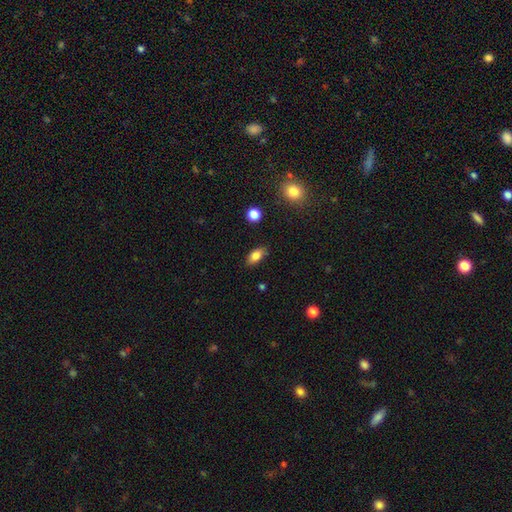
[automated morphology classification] This appears to be a smooth galaxy with no disk features (81%) that is in between round and cigar-shaped (86%). Merging: none (84%).